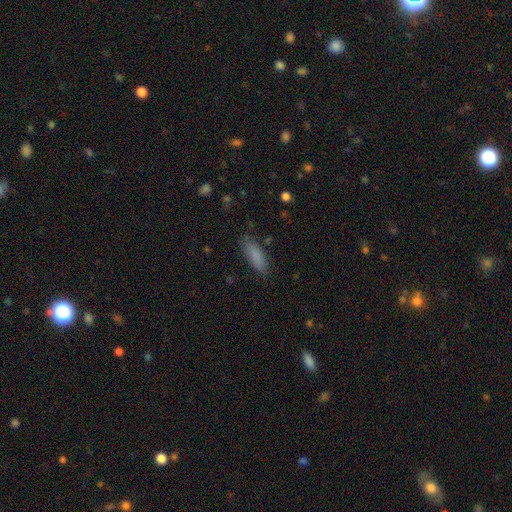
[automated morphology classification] Smooth or featured? Predicted: smooth (p=0.85). How rounded? Predicted: in between (p=0.54). Merging? Predicted: none (p=0.81).